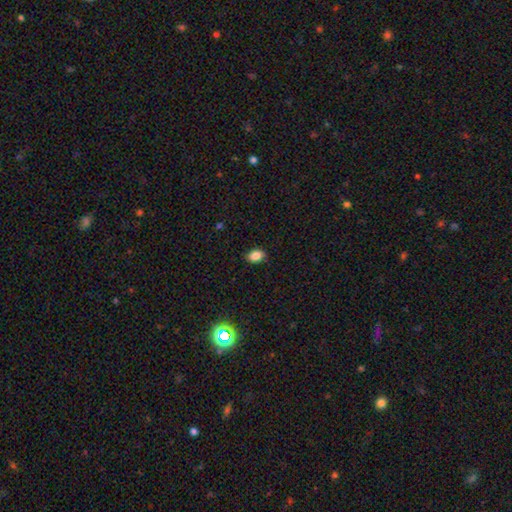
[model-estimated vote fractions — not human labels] The model was most divided on "how rounded": in between: 82%, round: 17%, cigar-shaped: 1%. More confident: merging — none (87%); smooth or featured — smooth (85%).